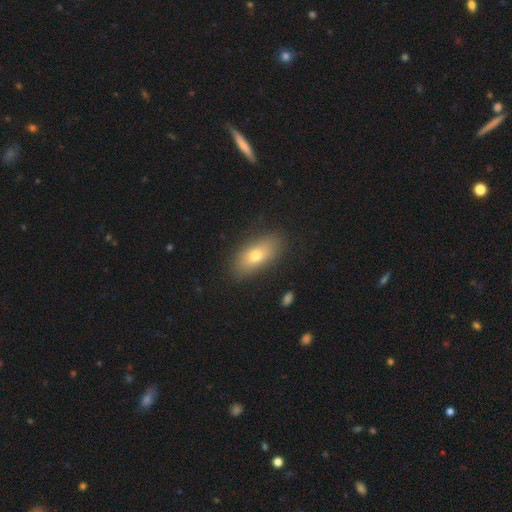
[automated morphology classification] A smooth galaxy with no disk features (71%) that is in between round and cigar-shaped (83%).

Vote fractions:
- Smooth or featured? smooth: 71% / featured or disk: 21% / star or artifact: 8%
- How rounded? in between: 83% / cigar-shaped: 11% / round: 6%
- Merging? none: 84% / minor disturbance: 11% / major disturbance: 3% / merger: 1%